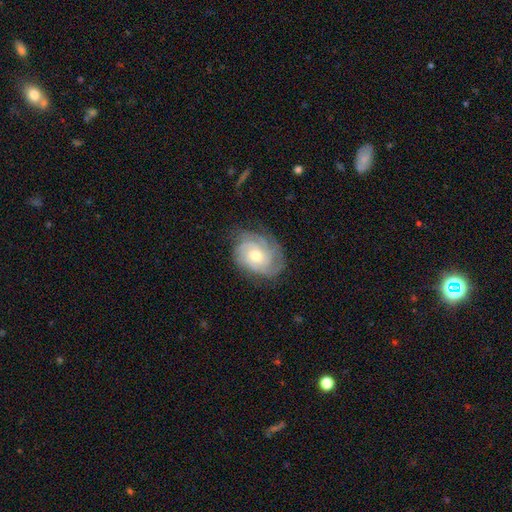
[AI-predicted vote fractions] Smooth or featured: featured or disk — 82% (smooth — 12%)
Edge-on disk: no — 97% (yes — 3%)
Bar: no — 73% (weak — 23%)
Spiral arms: yes — 96% (no — 4%)
Spiral winding: tight — 68% (medium — 26%)
Spiral arm count: 3 — 32% (can't tell — 26%)
Bulge size: moderate — 61% (small — 35%)
Merging: none — 74% (minor disturbance — 19%)